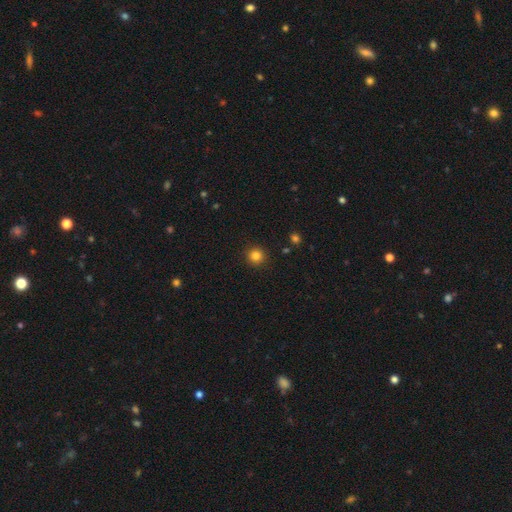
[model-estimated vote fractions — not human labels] Smooth or featured? Predicted: smooth (p=0.83). How rounded? Predicted: round (p=0.94). Merging? Predicted: none (p=0.92).